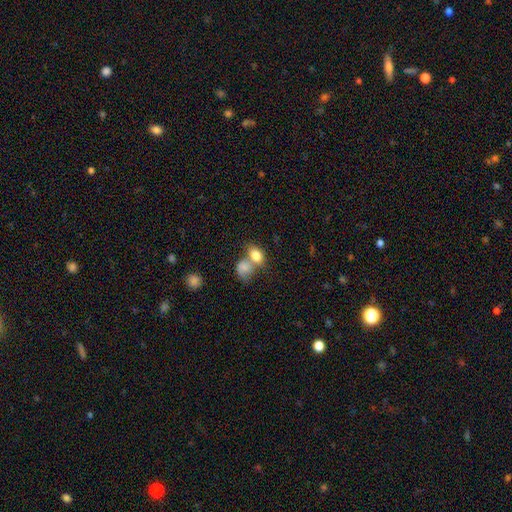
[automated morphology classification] Smooth or featured?
  - smooth: 79% *
  - featured or disk: 12%
  - star or artifact: 8%
How rounded?
  - in between: 71% *
  - round: 27%
  - cigar-shaped: 2%
Merging?
  - merger: 56% *
  - none: 28%
  - minor disturbance: 10%
  - major disturbance: 6%